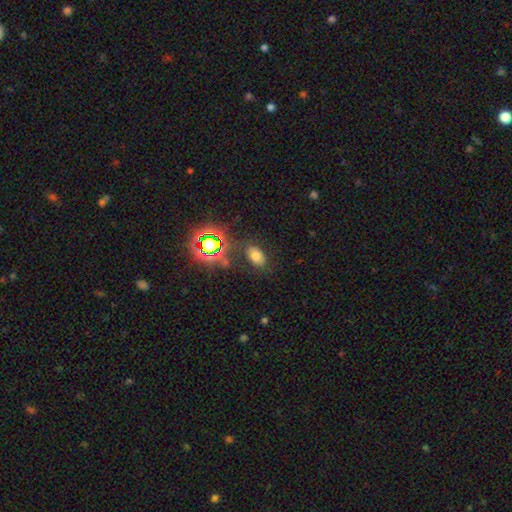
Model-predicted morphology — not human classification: Smooth or featured? smooth (65%)
How rounded? in between (85%)
Merging? none (79%)